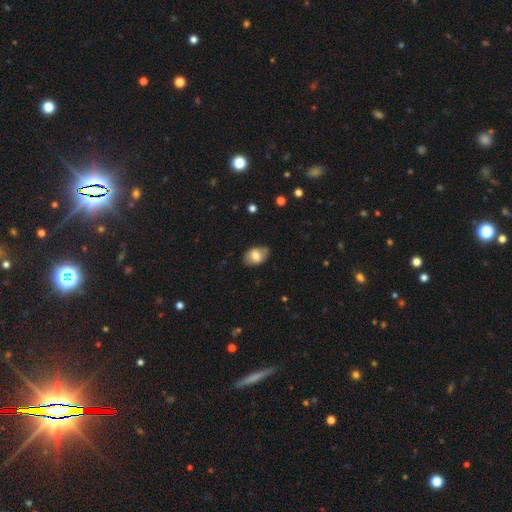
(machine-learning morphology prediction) Smooth or featured?
  - smooth: 73% *
  - featured or disk: 19%
  - star or artifact: 7%
How rounded?
  - in between: 82% *
  - round: 16%
  - cigar-shaped: 1%
Merging?
  - none: 75% *
  - minor disturbance: 19%
  - major disturbance: 4%
  - merger: 2%